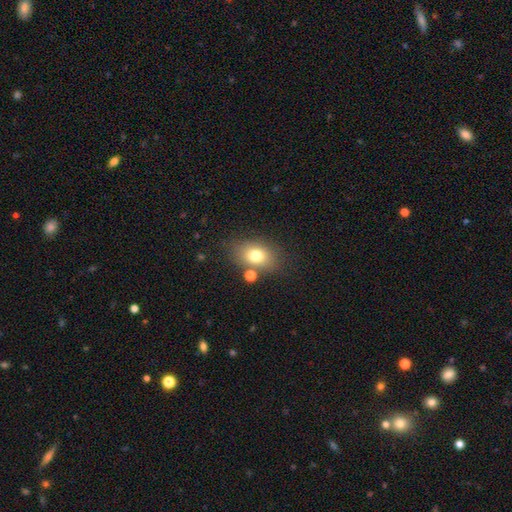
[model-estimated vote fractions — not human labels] A smooth galaxy with no disk features (75%) that is in between round and cigar-shaped (72%).

Vote fractions:
- Smooth or featured? smooth: 75% / featured or disk: 14% / star or artifact: 12%
- How rounded? in between: 72% / round: 27% / cigar-shaped: 1%
- Merging? none: 74% / minor disturbance: 13% / merger: 9% / major disturbance: 4%